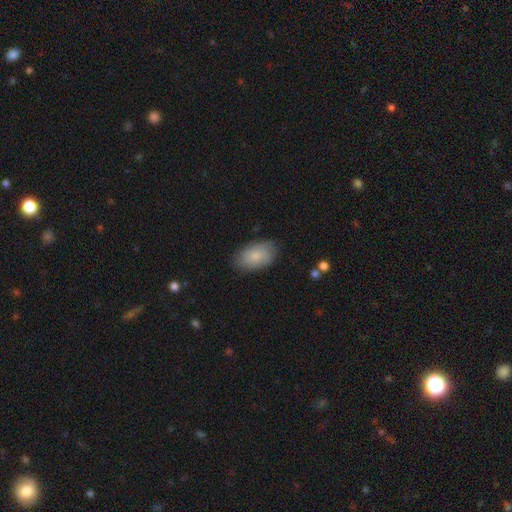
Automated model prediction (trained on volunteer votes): Smooth or featured: smooth — 72% (featured or disk — 21%)
How rounded: in between — 91% (round — 7%)
Merging: none — 78% (minor disturbance — 17%)